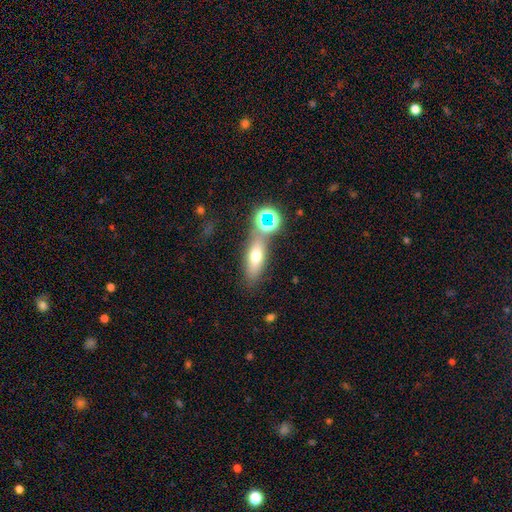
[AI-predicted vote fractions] Smooth or featured? Predicted: smooth (p=0.60). How rounded? Predicted: in between (p=0.57). Merging? Predicted: none (p=0.65).